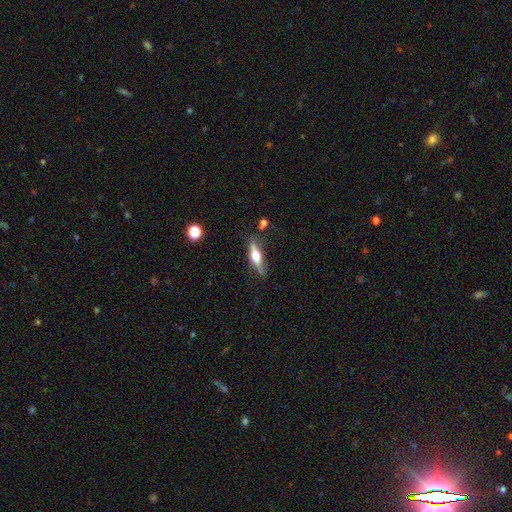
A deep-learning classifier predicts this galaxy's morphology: A featured or disk galaxy (60%) viewed edge-on (93%) with a rounded central bulge (93%). Merging: none (76%).